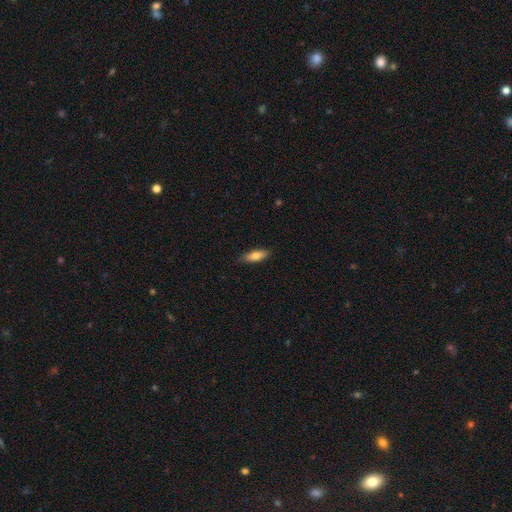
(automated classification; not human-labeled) Morphology: type=smooth (73%); roundness=cigar-shaped (49%); merging=none (84%).